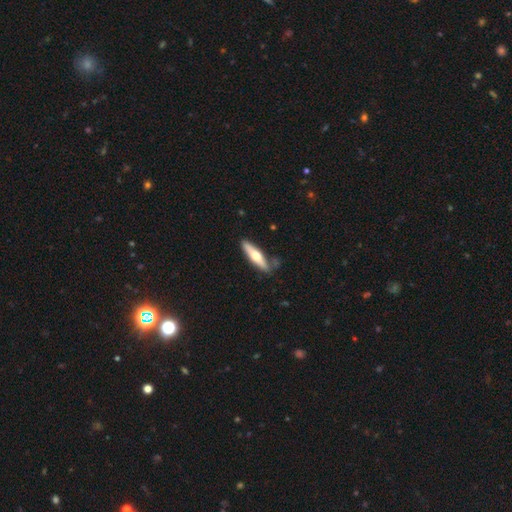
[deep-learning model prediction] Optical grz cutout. It shows a smooth galaxy with no disk features (48%). Merging: none (81%).